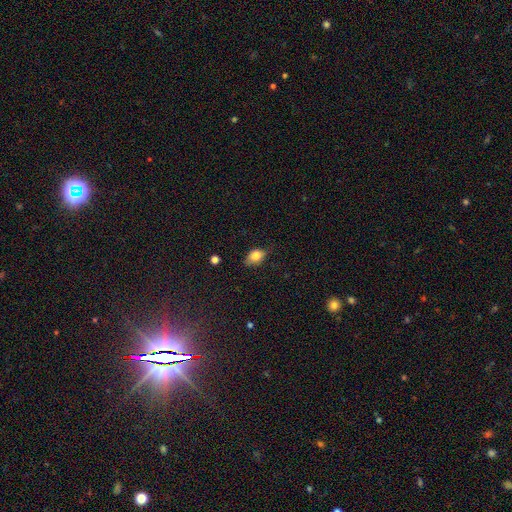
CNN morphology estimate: Smooth or featured: smooth — 80% (featured or disk — 11%)
How rounded: in between — 85% (round — 13%)
Merging: none — 72% (minor disturbance — 23%)